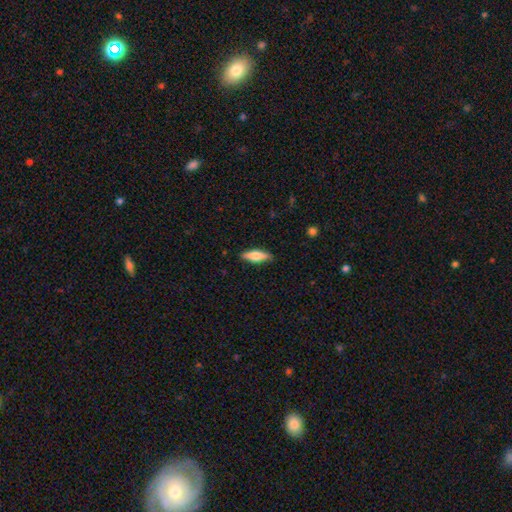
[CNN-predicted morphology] Smooth or featured? Predicted: smooth (p=0.56). How rounded? Predicted: cigar-shaped (p=0.52). Merging? Predicted: none (p=0.87).